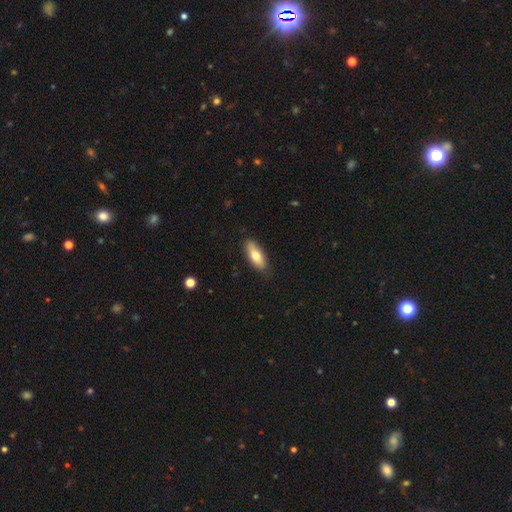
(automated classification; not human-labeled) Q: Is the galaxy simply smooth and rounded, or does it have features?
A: smooth — 74%.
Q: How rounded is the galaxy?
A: in between — 73%.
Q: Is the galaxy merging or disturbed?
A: none — 84%.